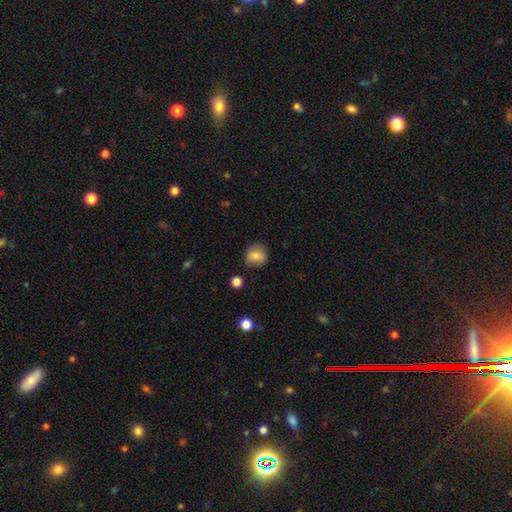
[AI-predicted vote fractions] Q: Smooth or featured?
A: smooth (81%); runner-up: featured or disk (10%)
Q: How rounded?
A: round (82%); runner-up: in between (16%)
Q: Merging?
A: none (82%); runner-up: minor disturbance (13%)